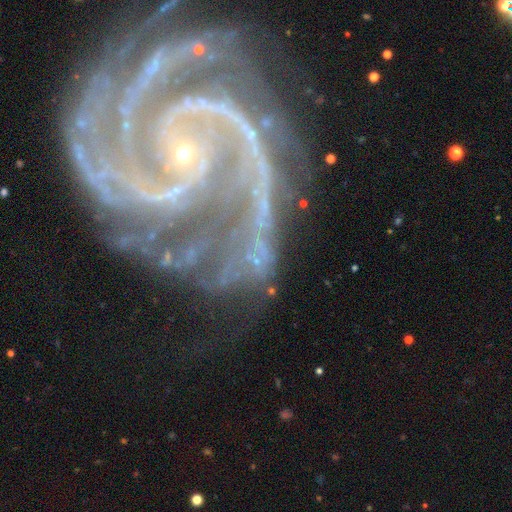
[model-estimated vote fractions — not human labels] smooth_or_featured: featured or disk (p=0.74) [alt: star or artifact p=0.18]
disk_edge_on: no (p=0.95) [alt: yes p=0.05]
bar: no (p=0.42) [alt: strong p=0.31]
has_spiral_arms: yes (p=0.88) [alt: no p=0.12]
spiral_winding: tight (p=0.42) [alt: medium p=0.37]
spiral_arm_count: 2 (p=0.30) [alt: can't tell p=0.22]
bulge_size: small (p=0.68) [alt: moderate p=0.19]
merging: none (p=0.49) [alt: major disturbance p=0.26]